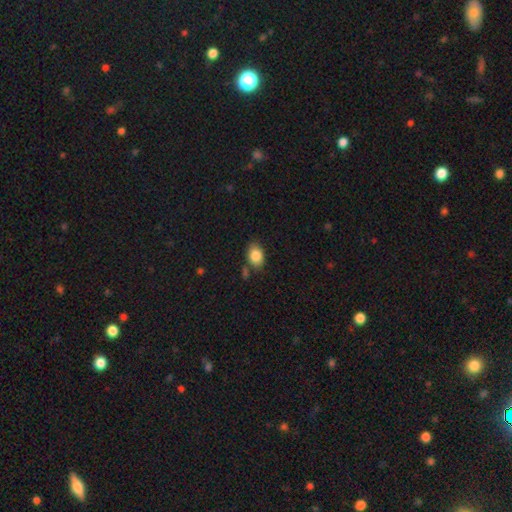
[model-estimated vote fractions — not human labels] This is clearly a smooth galaxy (86%). How rounded: clearly in between (80%). Merging: likely none (74%).